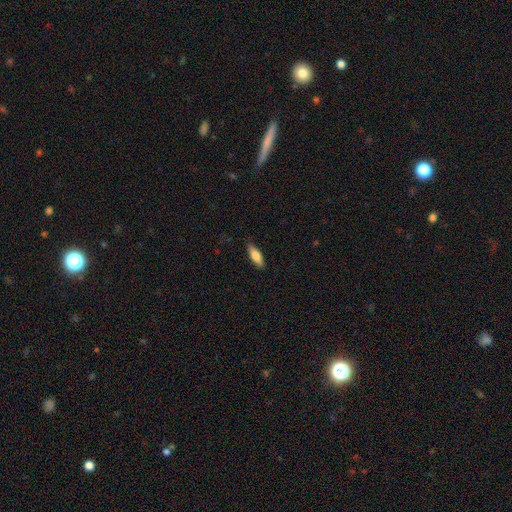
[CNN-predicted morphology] Smooth or featured? Predicted: smooth (p=0.78). How rounded? Predicted: in between (p=0.59). Merging? Predicted: none (p=0.86).